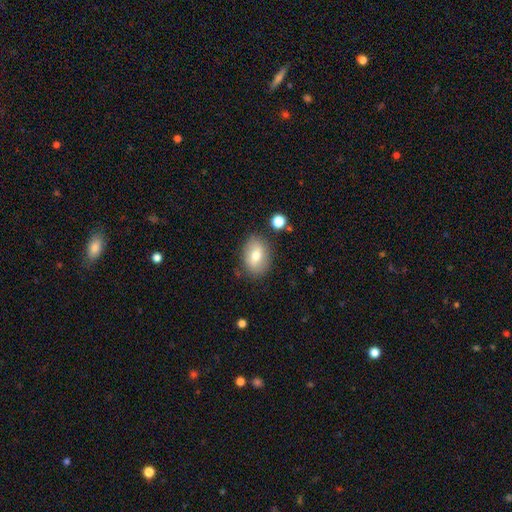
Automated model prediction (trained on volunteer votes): smooth-or-featured: smooth: 72% | featured or disk: 19% | star or artifact: 8%
  how-rounded: in between: 77% | round: 21% | cigar-shaped: 1%
  merging: none: 81% | minor disturbance: 13% | major disturbance: 3% | merger: 3%